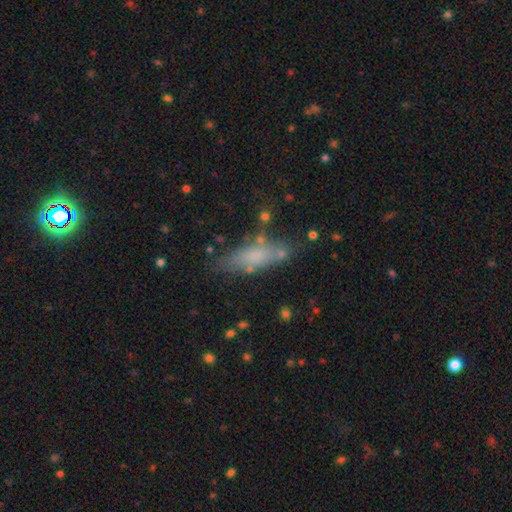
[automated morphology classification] A smooth galaxy with no disk features (67%) that is cigar-shaped (52%).

Vote fractions:
- Smooth or featured? smooth: 67% / featured or disk: 22% / star or artifact: 11%
- How rounded? cigar-shaped: 52% / in between: 45% / round: 3%
- Merging? none: 71% / minor disturbance: 17% / major disturbance: 6% / merger: 6%